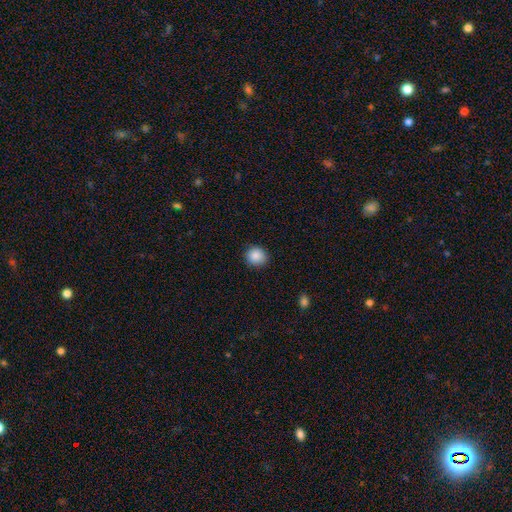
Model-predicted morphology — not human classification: Smooth or featured: smooth — 87% (star or artifact — 9%)
How rounded: round — 82% (in between — 17%)
Merging: none — 89% (minor disturbance — 8%)